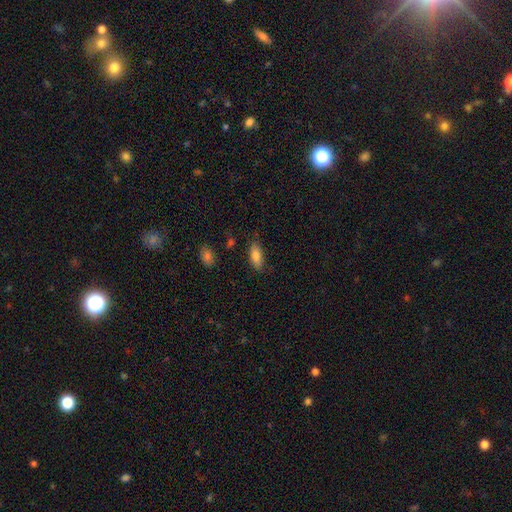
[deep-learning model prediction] This appears to be a smooth galaxy with no disk features (81%) that is in between round and cigar-shaped (80%). Merging: none (79%).